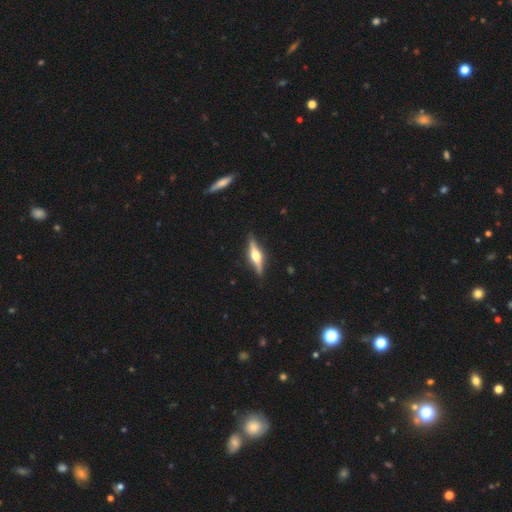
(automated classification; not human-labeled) Overall: featured or disk (75%). Edge-on disk: yes (96%). Edge-on bulge: rounded (94%). Merging: none (88%).